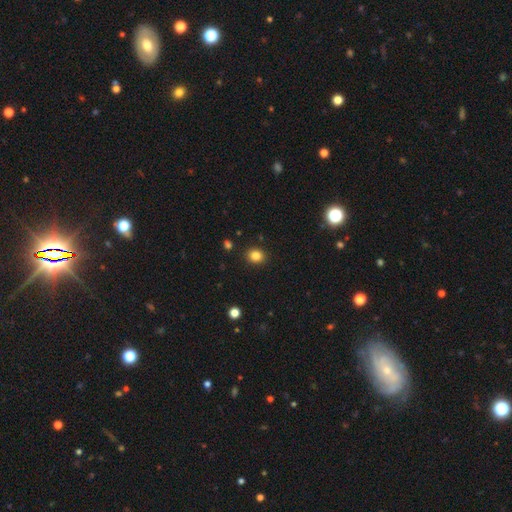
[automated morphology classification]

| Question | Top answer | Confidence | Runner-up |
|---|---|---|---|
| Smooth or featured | smooth | 83% | star or artifact (12%) |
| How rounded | round | 69% | in between (30%) |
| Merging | none | 90% | minor disturbance (7%) |